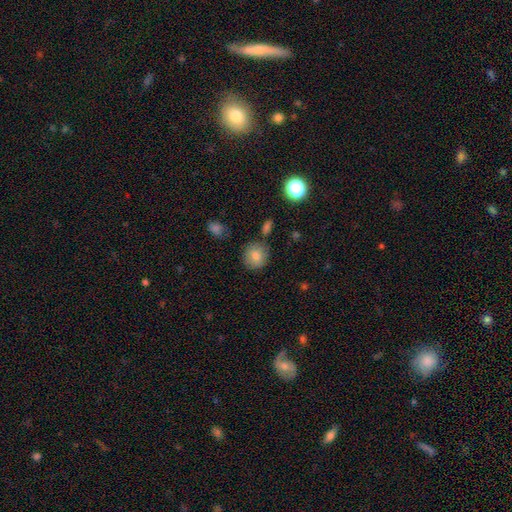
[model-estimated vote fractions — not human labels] Smooth or featured?
  - smooth: 82% *
  - star or artifact: 9%
  - featured or disk: 8%
How rounded?
  - round: 88% *
  - in between: 11%
  - cigar-shaped: 1%
Merging?
  - none: 81% *
  - minor disturbance: 12%
  - merger: 5%
  - major disturbance: 3%